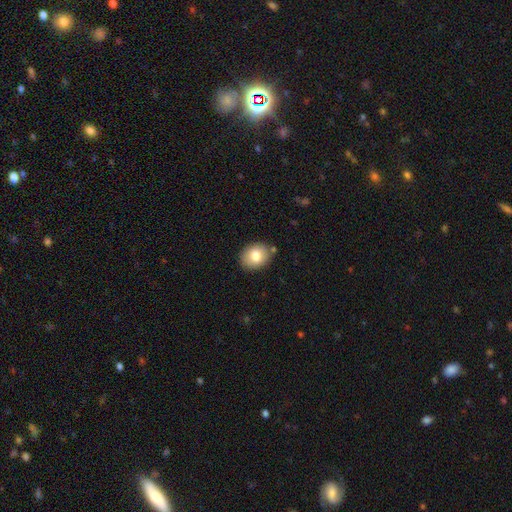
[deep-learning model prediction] The model was most divided on "how rounded": in between: 54%, round: 45%, cigar-shaped: 1%. More confident: merging — none (83%); smooth or featured — smooth (79%).